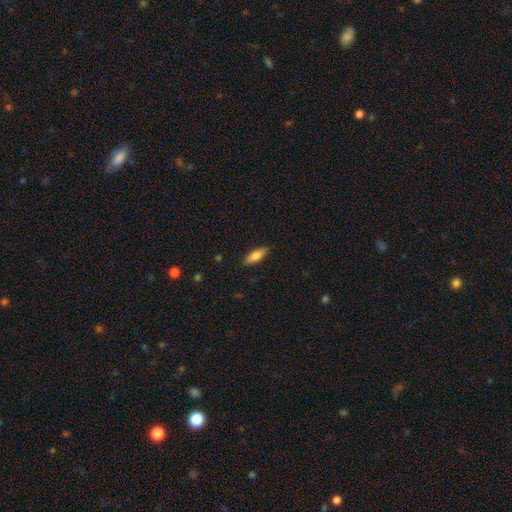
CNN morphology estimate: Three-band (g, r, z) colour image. It shows a smooth galaxy with no disk features (69%) that is in between round and cigar-shaped (56%). Merging: none (87%).